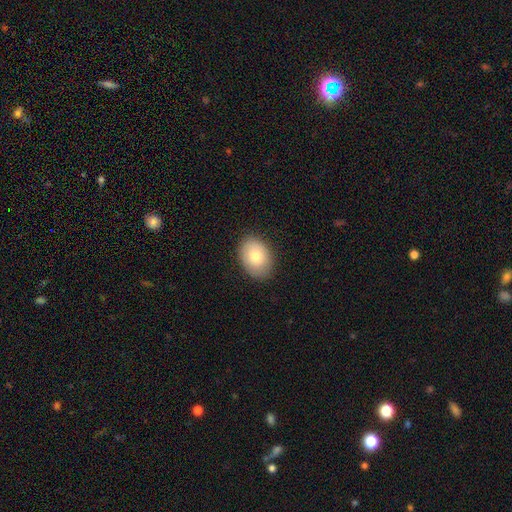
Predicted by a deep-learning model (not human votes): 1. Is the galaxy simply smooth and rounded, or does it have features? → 75% smooth, 17% featured or disk, 8% star or artifact.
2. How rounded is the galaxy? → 73% in between, 26% round, 1% cigar-shaped.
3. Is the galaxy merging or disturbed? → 84% none, 12% minor disturbance, 3% major disturbance, 1% merger.